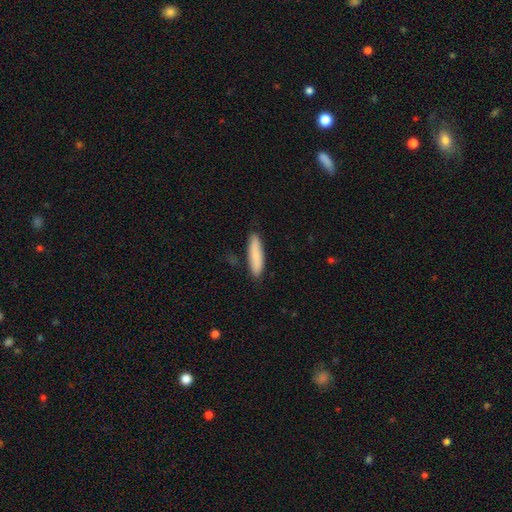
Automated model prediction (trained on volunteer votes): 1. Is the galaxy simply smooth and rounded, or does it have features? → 83% smooth, 11% featured or disk, 6% star or artifact.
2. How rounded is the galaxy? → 82% cigar-shaped, 17% in between, 1% round.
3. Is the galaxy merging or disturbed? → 86% none, 10% minor disturbance, 2% major disturbance, 1% merger.